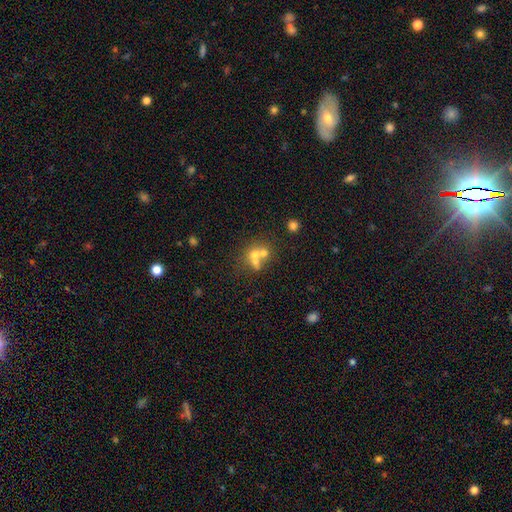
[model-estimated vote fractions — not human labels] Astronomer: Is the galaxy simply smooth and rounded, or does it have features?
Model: smooth — 56%.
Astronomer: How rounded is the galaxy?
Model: round — 75%.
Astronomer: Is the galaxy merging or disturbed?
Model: merger — 57%.